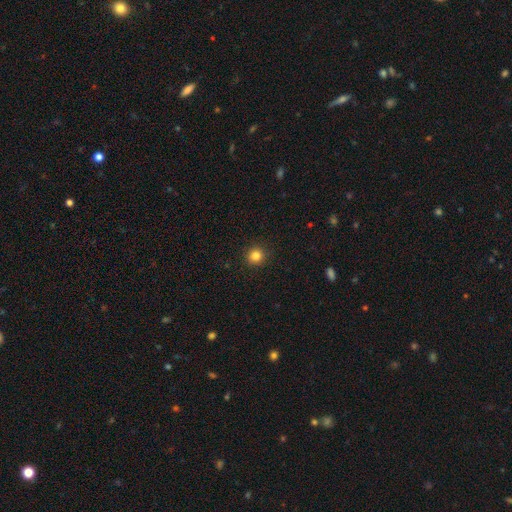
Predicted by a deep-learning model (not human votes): smooth 83%, star or artifact 12%, featured or disk 5%. Down the decision tree: how rounded — round (94%); merging — none (92%).